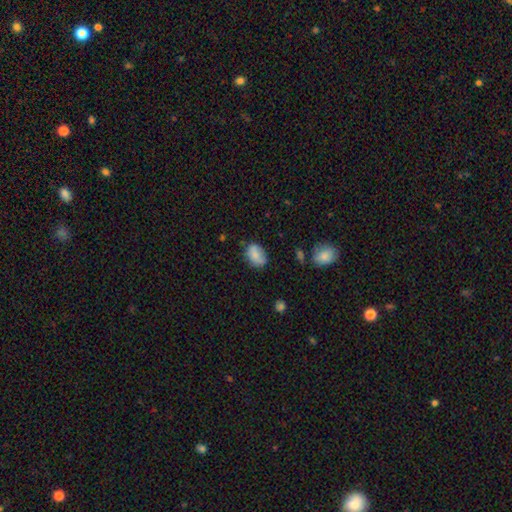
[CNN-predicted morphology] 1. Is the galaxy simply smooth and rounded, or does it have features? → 79% smooth, 13% featured or disk, 8% star or artifact.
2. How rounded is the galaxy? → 84% in between, 14% round, 2% cigar-shaped.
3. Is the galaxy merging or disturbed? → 67% none, 24% minor disturbance, 6% major disturbance, 2% merger.